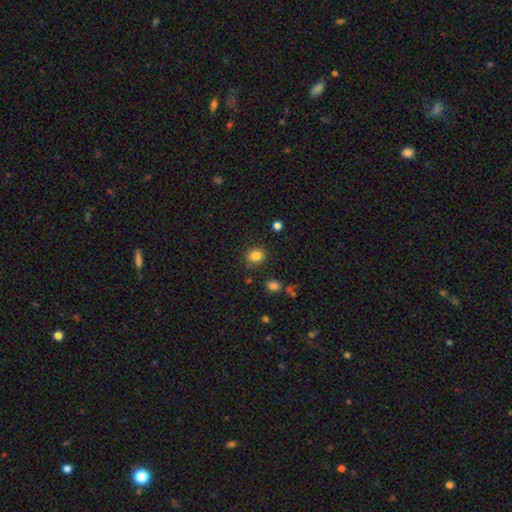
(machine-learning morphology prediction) This is clearly a smooth galaxy (84%). How rounded: possibly round (58%). Merging: clearly none (81%).